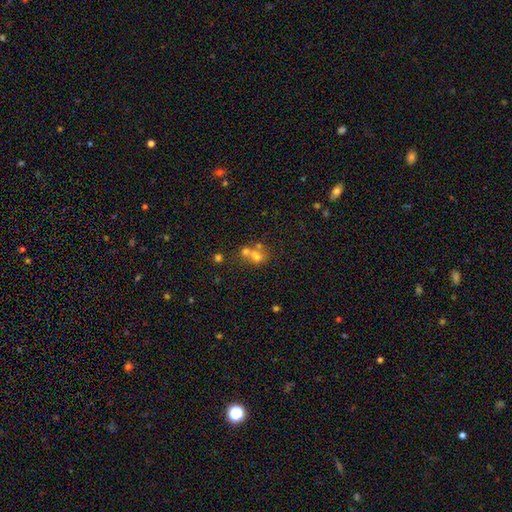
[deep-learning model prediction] smooth_or_featured: smooth (p=0.56) [alt: featured or disk p=0.23]
how_rounded: round (p=0.66) [alt: in between p=0.32]
merging: merger (p=0.53) [alt: none p=0.33]